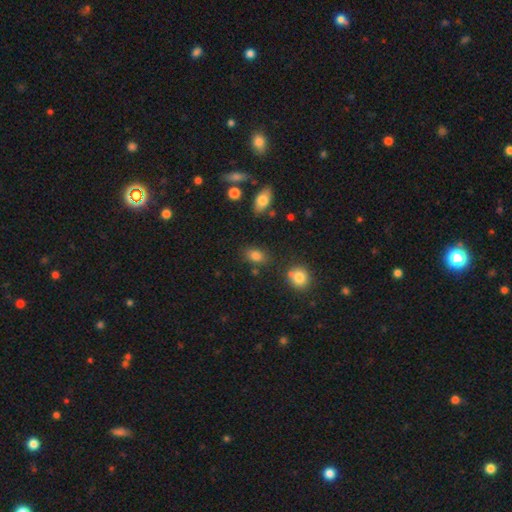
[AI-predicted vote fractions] Smooth or featured? Predicted: smooth (p=0.82). How rounded? Predicted: in between (p=0.80). Merging? Predicted: none (p=0.78).